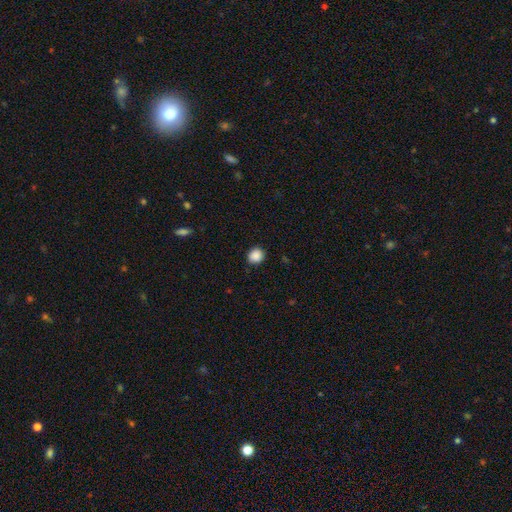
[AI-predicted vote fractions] Smooth or featured: smooth — 88% (star or artifact — 9%)
How rounded: round — 83% (in between — 16%)
Merging: none — 89% (minor disturbance — 8%)